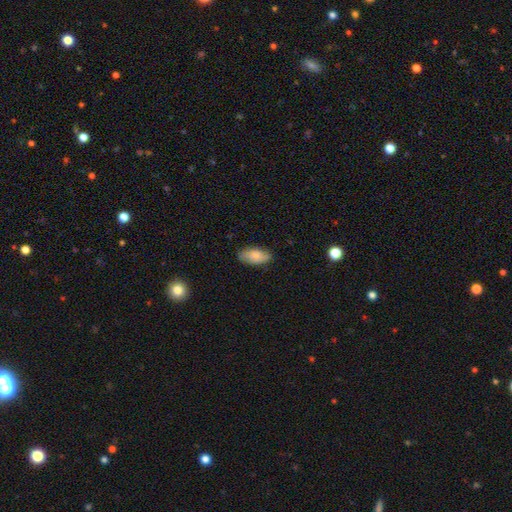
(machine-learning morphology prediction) This appears to be a smooth galaxy with no disk features (76%) that is in between round and cigar-shaped (92%). Merging: none (80%).